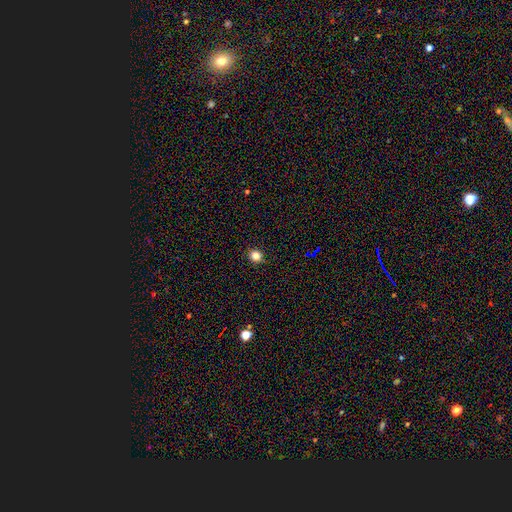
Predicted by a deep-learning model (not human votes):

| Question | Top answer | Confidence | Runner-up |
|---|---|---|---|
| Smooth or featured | smooth | 82% | star or artifact (13%) |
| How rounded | round | 88% | in between (11%) |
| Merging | none | 92% | minor disturbance (6%) |